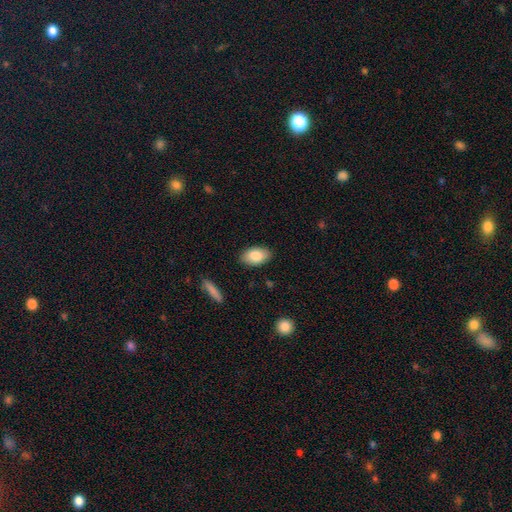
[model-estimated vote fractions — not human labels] smooth_or_featured: smooth (p=0.85) [alt: featured or disk p=0.09]
how_rounded: in between (p=0.93) [alt: round p=0.05]
merging: none (p=0.87) [alt: minor disturbance p=0.10]